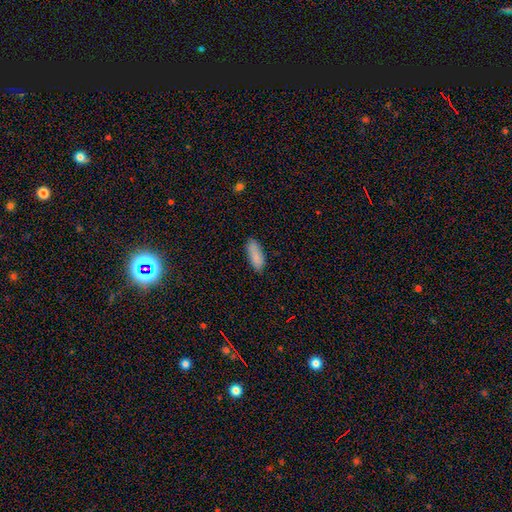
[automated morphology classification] The model was most divided on "how rounded": in between: 75%, cigar-shaped: 23%, round: 2%. More confident: smooth or featured — smooth (87%); merging — none (84%).